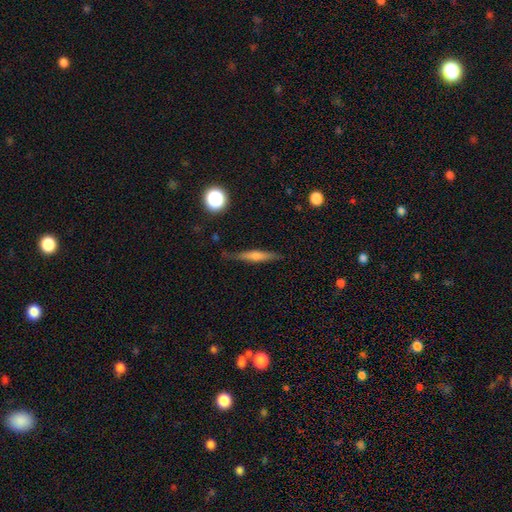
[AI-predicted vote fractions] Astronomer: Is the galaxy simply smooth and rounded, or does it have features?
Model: featured or disk — 51% (runner-up: smooth, 40%).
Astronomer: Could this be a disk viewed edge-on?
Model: yes — 95%.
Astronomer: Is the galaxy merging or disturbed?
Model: none — 84%.